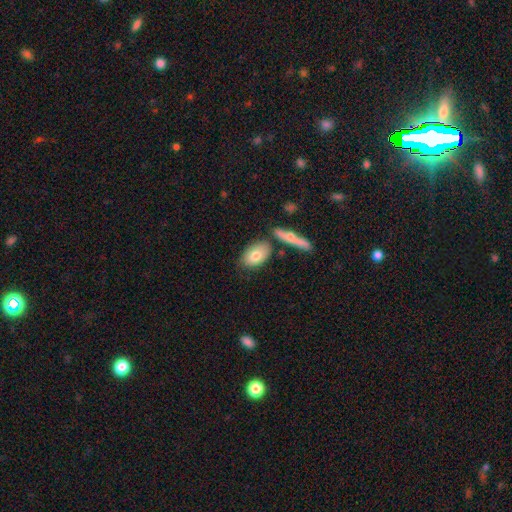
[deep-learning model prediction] This is likely a smooth galaxy (75%). How rounded: clearly in between (88%). Merging: likely none (68%).